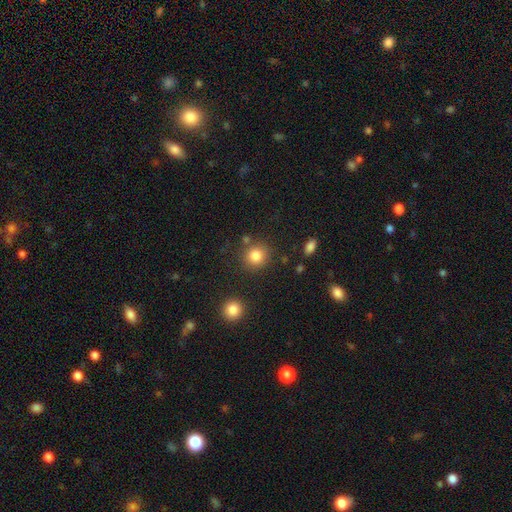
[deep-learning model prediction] This is clearly a smooth galaxy (83%). How rounded: clearly round (87%). Merging: clearly none (81%).